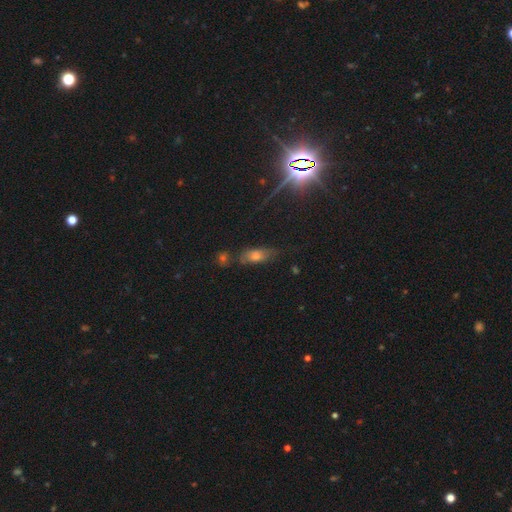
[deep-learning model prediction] This appears to be a smooth galaxy with no disk features (49%). Merging: none (64%).